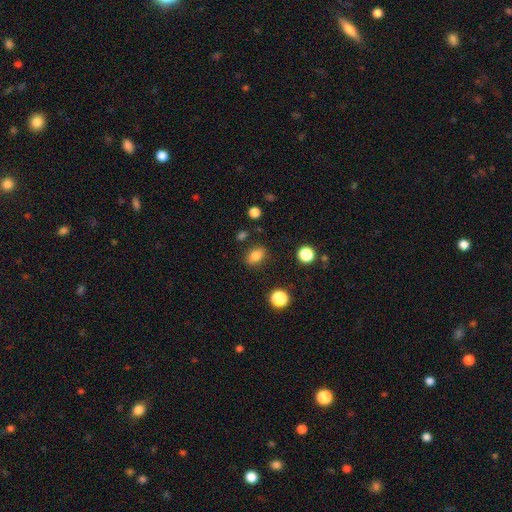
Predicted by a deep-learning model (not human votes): Smooth or featured? Predicted: smooth (p=0.82). How rounded? Predicted: in between (p=0.75). Merging? Predicted: none (p=0.82).